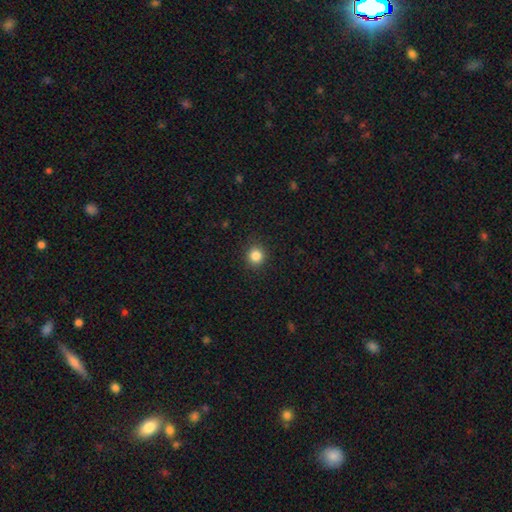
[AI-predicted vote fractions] smooth_or_featured: smooth (p=0.85) [alt: star or artifact p=0.11]
how_rounded: round (p=0.91) [alt: in between p=0.08]
merging: none (p=0.90) [alt: minor disturbance p=0.06]